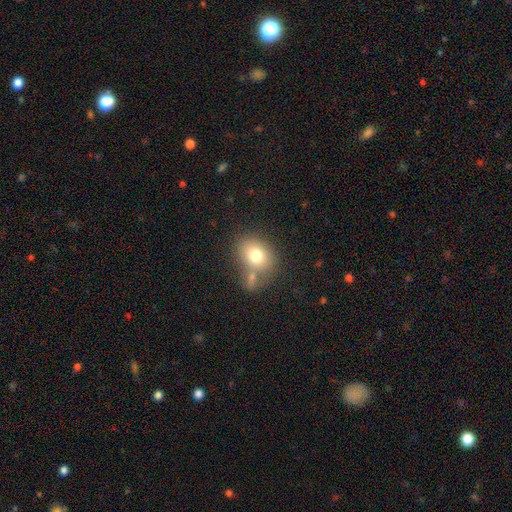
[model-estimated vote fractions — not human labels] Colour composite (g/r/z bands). It shows a smooth galaxy with no disk features (77%) that is in between round and cigar-shaped (56%). Merging: none (52%).